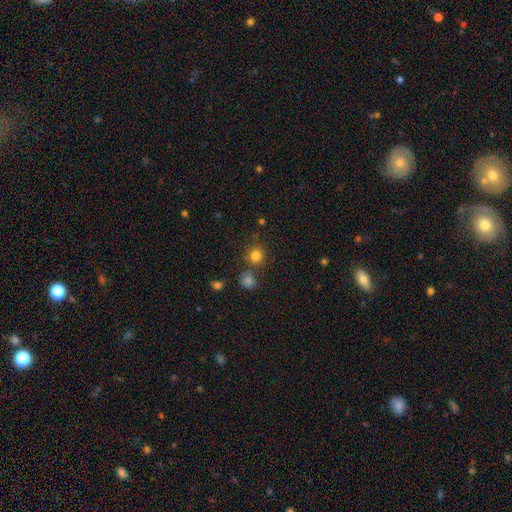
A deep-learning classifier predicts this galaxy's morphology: smooth-or-featured: smooth: 80% | star or artifact: 14% | featured or disk: 5%
  how-rounded: round: 90% | in between: 9% | cigar-shaped: 1%
  merging: none: 73% | merger: 14% | minor disturbance: 9% | major disturbance: 4%